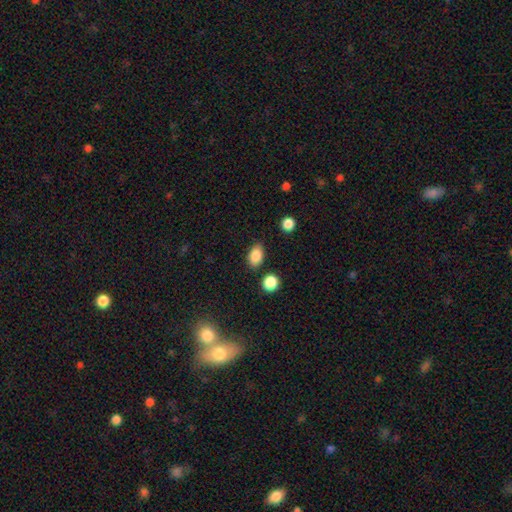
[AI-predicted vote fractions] smooth-or-featured: smooth: 85% | star or artifact: 9% | featured or disk: 6%
  how-rounded: in between: 84% | round: 14% | cigar-shaped: 2%
  merging: none: 80% | minor disturbance: 12% | merger: 4% | major disturbance: 3%